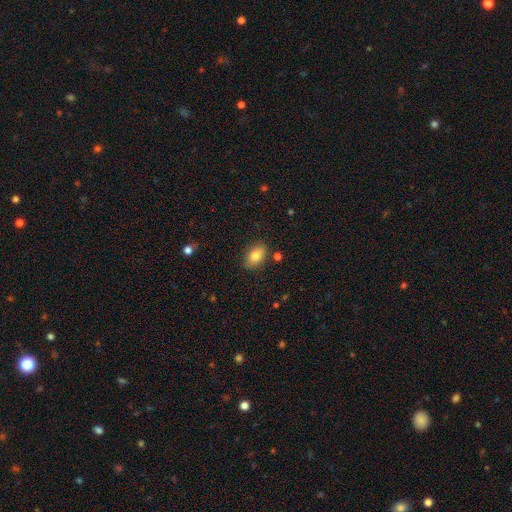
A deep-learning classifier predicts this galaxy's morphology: Overall: smooth (80%). How rounded: in between (88%). Merging: none (85%).